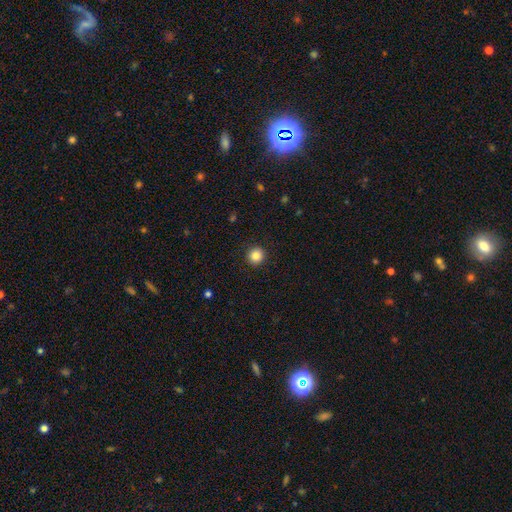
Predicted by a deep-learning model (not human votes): This appears to be a smooth galaxy with no disk features (86%) that is round (93%). Merging: none (92%).